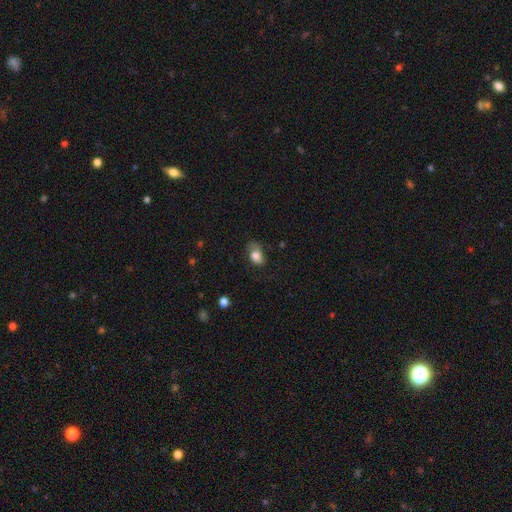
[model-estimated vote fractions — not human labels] Morphology: type=smooth (79%); roundness=in between (80%); merging=none (46%).